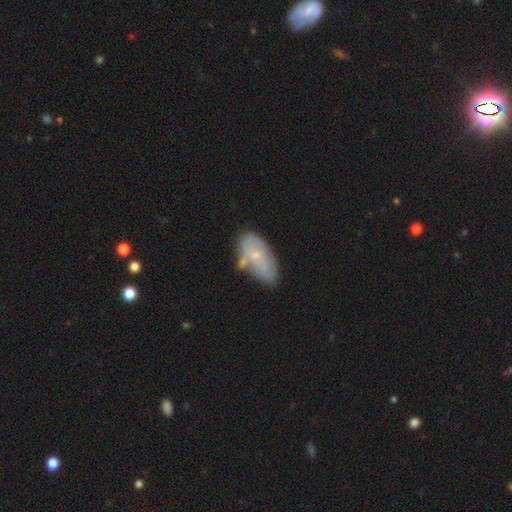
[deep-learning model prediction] smooth-or-featured: smooth: 54% | featured or disk: 39% | star or artifact: 7%
  how-rounded: in between: 92% | cigar-shaped: 5% | round: 3%
  merging: none: 51% | minor disturbance: 26% | merger: 16% | major disturbance: 7%